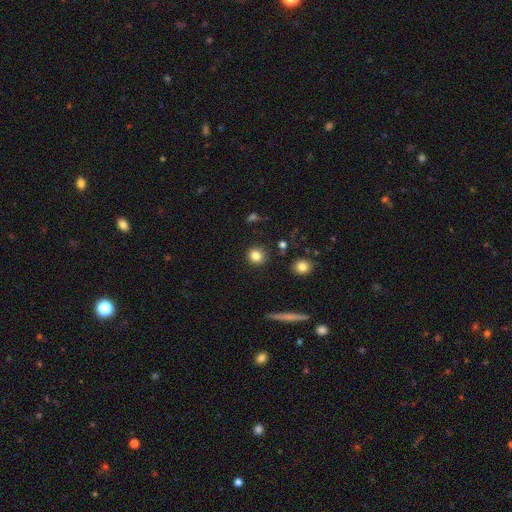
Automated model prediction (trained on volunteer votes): smooth-or-featured: smooth: 83% | star or artifact: 11% | featured or disk: 6%
  how-rounded: round: 87% | in between: 12% | cigar-shaped: 1%
  merging: none: 88% | minor disturbance: 7% | major disturbance: 2% | merger: 2%